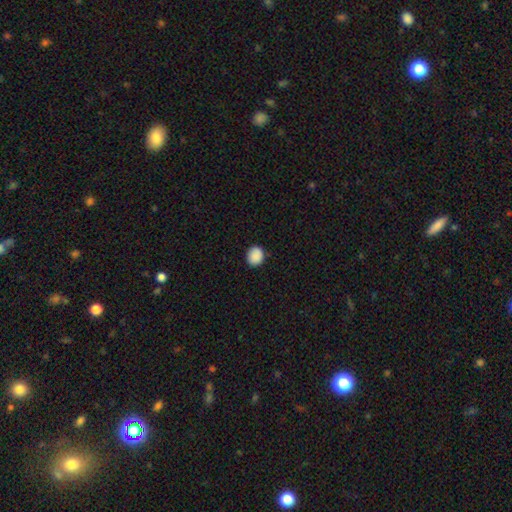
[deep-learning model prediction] This is clearly a smooth galaxy (89%). How rounded: likely round (69%). Merging: clearly none (88%).